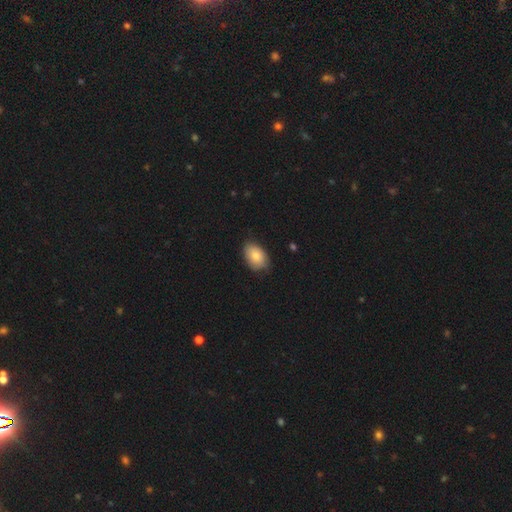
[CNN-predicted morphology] This is clearly a smooth galaxy (83%). How rounded: clearly in between (86%). Merging: likely none (75%).